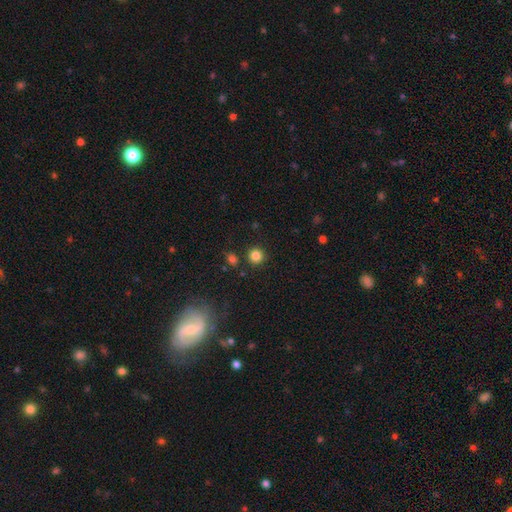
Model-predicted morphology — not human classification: Smooth or featured?
  - smooth: 84% *
  - star or artifact: 12%
  - featured or disk: 4%
How rounded?
  - round: 93% *
  - in between: 6%
  - cigar-shaped: 1%
Merging?
  - none: 88% *
  - minor disturbance: 6%
  - merger: 4%
  - major disturbance: 2%